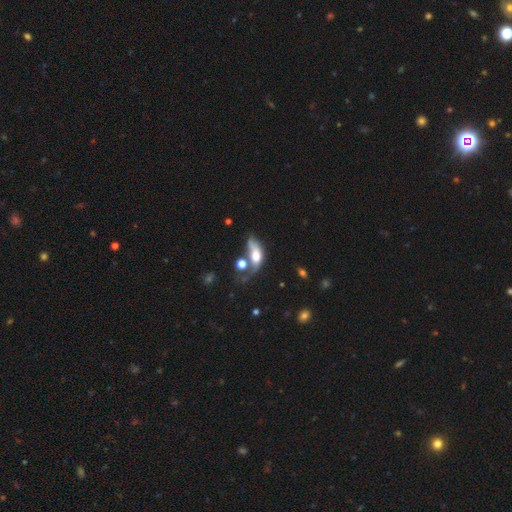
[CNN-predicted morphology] smooth_or_featured: smooth (p=0.54) [alt: featured or disk p=0.37]
how_rounded: in between (p=0.79) [alt: cigar-shaped p=0.14]
merging: major disturbance (p=0.36) [alt: merger p=0.30]